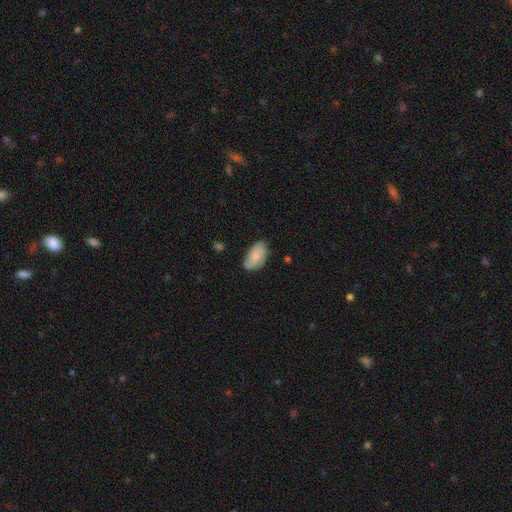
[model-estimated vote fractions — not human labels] The model was most divided on "merging": none: 63%, minor disturbance: 29%, major disturbance: 6%, merger: 3%. More confident: how rounded — in between (93%); smooth or featured — smooth (66%).